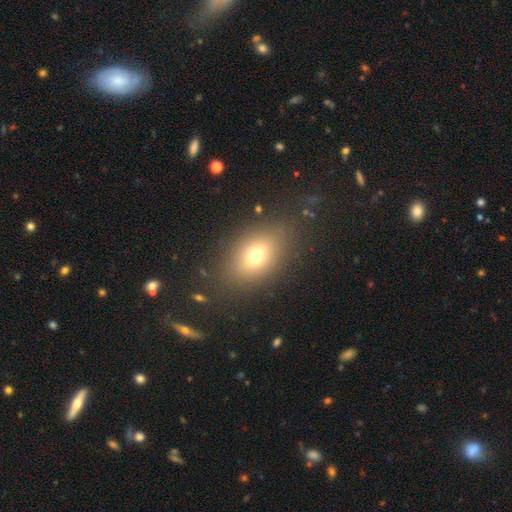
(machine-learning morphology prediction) smooth-or-featured: smooth: 72% | featured or disk: 14% | star or artifact: 13%
  how-rounded: in between: 78% | round: 19% | cigar-shaped: 3%
  merging: none: 84% | minor disturbance: 10% | major disturbance: 5% | merger: 2%